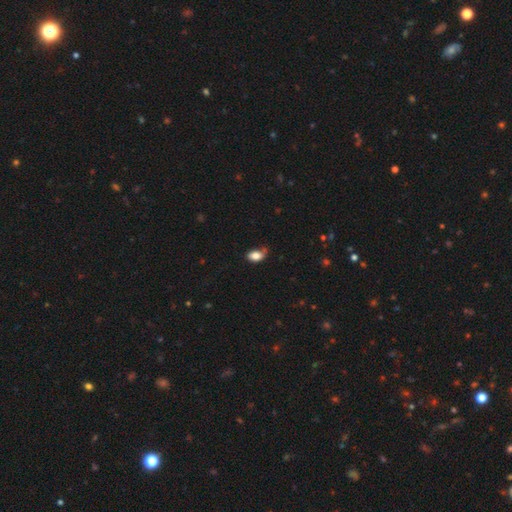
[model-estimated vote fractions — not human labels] Smooth or featured: smooth — 82% (featured or disk — 9%)
How rounded: in between — 86% (round — 12%)
Merging: none — 51% (minor disturbance — 32%)